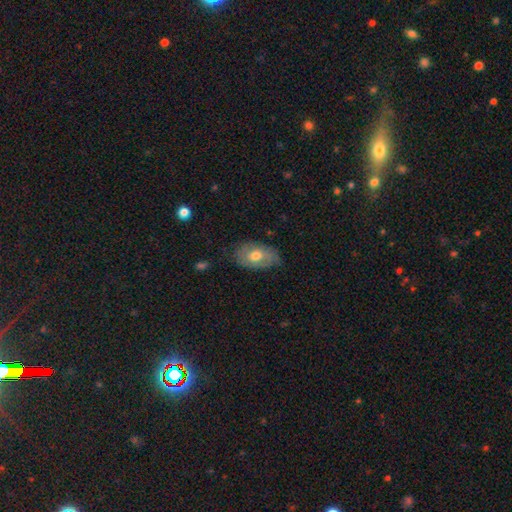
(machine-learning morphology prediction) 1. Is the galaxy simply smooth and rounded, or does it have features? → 58% smooth, 34% featured or disk, 7% star or artifact.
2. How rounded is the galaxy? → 90% in between, 8% round, 2% cigar-shaped.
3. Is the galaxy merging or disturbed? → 73% none, 22% minor disturbance, 4% major disturbance, 1% merger.